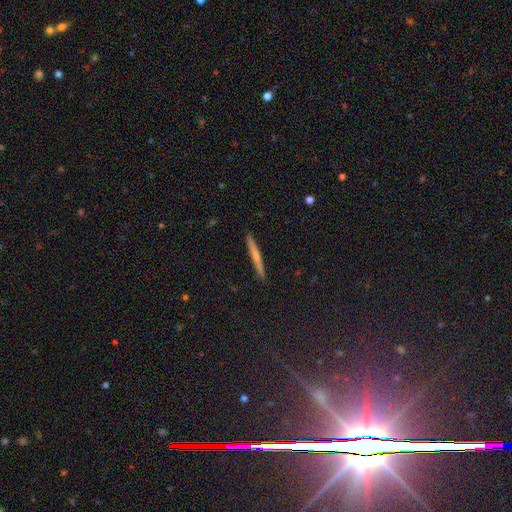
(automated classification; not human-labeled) Smooth or featured: smooth — 51% (featured or disk — 40%)
How rounded: cigar-shaped — 95% (in between — 3%)
Merging: none — 92% (minor disturbance — 6%)